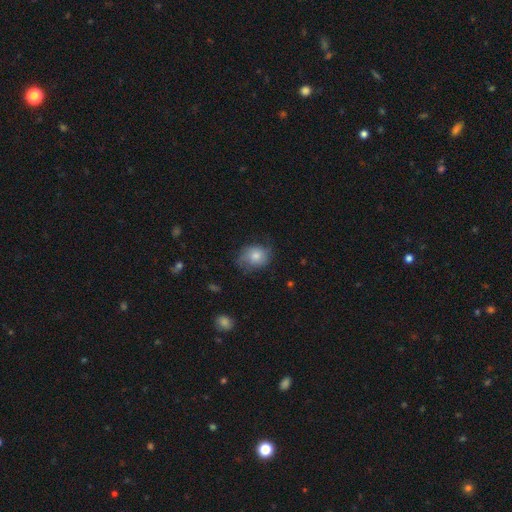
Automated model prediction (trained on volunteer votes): A smooth galaxy with no disk features (70%) that is round (57%).

Vote fractions:
- Smooth or featured? smooth: 70% / featured or disk: 22% / star or artifact: 8%
- How rounded? round: 57% / in between: 42% / cigar-shaped: 1%
- Merging? none: 58% / minor disturbance: 30% / major disturbance: 11% / merger: 1%